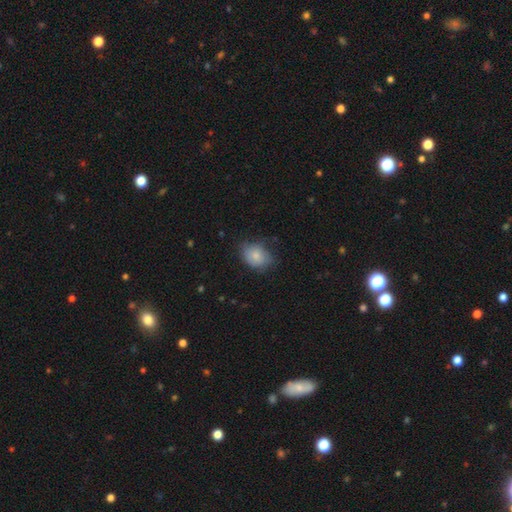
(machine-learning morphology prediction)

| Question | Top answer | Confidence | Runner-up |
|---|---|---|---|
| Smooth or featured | smooth | 80% | featured or disk (12%) |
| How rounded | in between | 60% | round (39%) |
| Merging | none | 62% | minor disturbance (29%) |